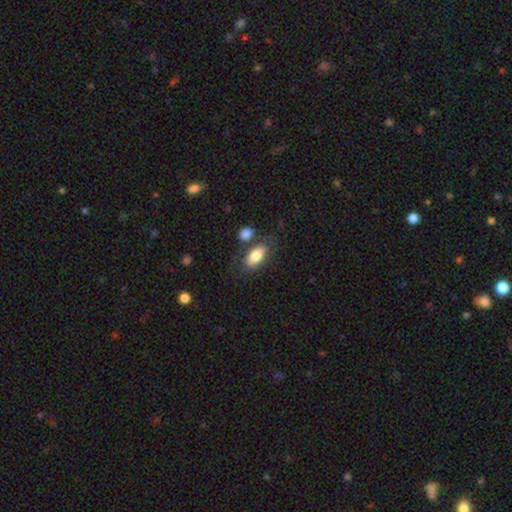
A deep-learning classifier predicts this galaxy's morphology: Smooth or featured? smooth (79%)
How rounded? in between (89%)
Merging? none (65%)